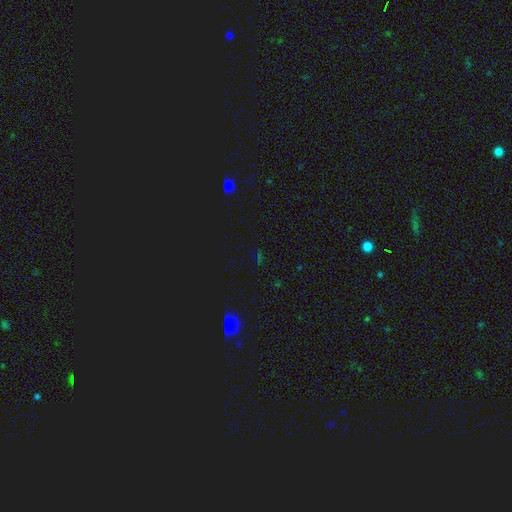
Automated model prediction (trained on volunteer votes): A star or artifact, not a galaxy (71%).

Vote fractions:
- Smooth or featured? star or artifact: 71% / smooth: 22% / featured or disk: 7%